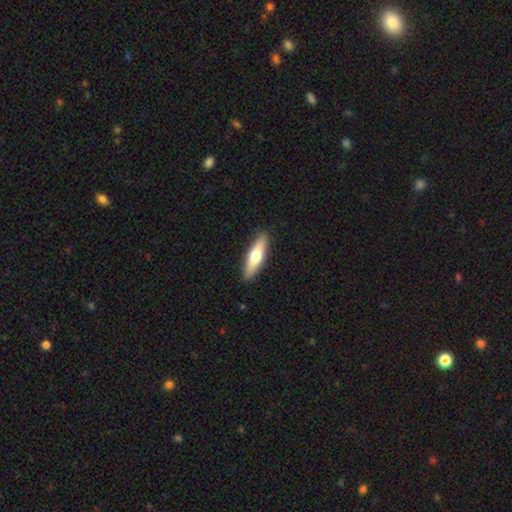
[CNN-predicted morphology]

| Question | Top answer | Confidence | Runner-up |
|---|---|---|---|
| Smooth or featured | smooth | 56% | featured or disk (39%) |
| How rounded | cigar-shaped | 67% | in between (31%) |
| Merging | none | 90% | minor disturbance (8%) |